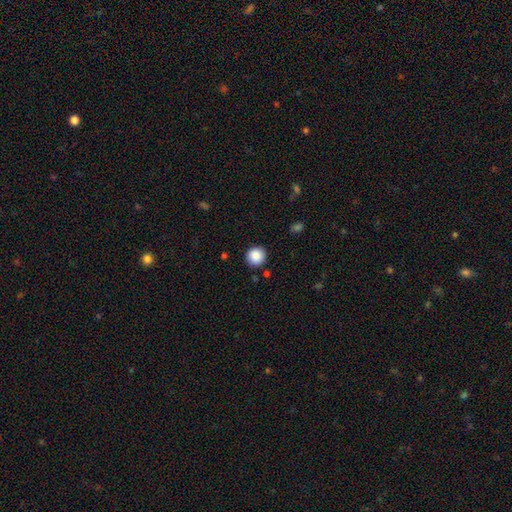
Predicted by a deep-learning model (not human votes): This is clearly a smooth galaxy (88%). How rounded: clearly round (95%). Merging: clearly none (91%).